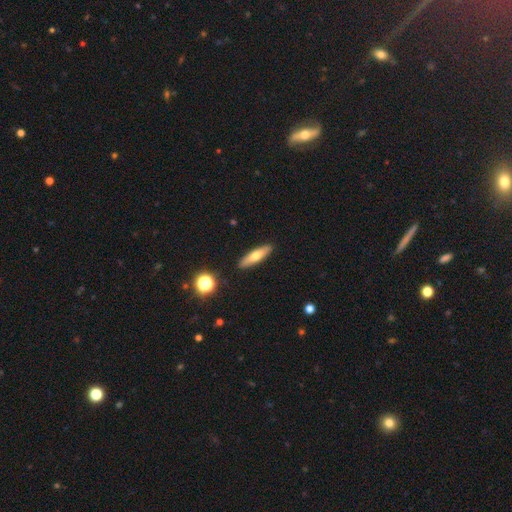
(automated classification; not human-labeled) Smooth or featured: smooth — 60% (featured or disk — 32%)
How rounded: cigar-shaped — 73% (in between — 25%)
Merging: none — 90% (minor disturbance — 7%)